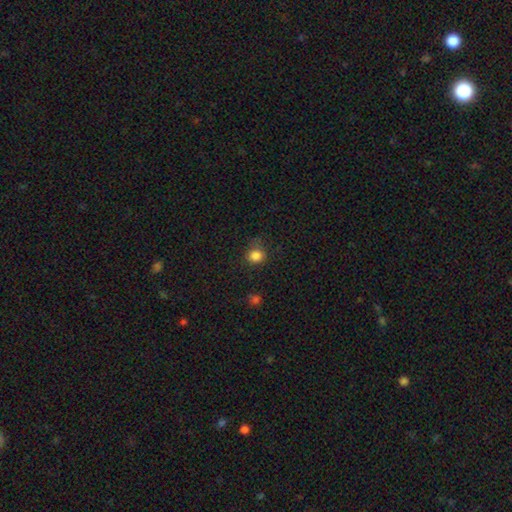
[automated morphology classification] Smooth or featured: smooth — 83% (star or artifact — 12%)
How rounded: round — 85% (in between — 14%)
Merging: none — 71% (minor disturbance — 20%)